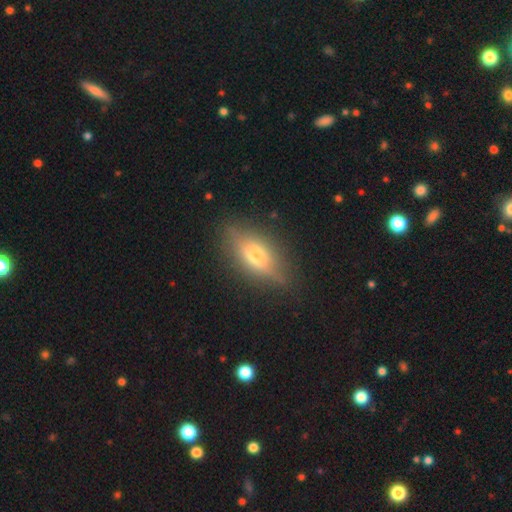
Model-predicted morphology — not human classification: smooth_or_featured: featured or disk (p=0.51) [alt: smooth p=0.40]
disk_edge_on: yes (p=0.82) [alt: no p=0.18]
merging: none (p=0.80) [alt: minor disturbance p=0.14]